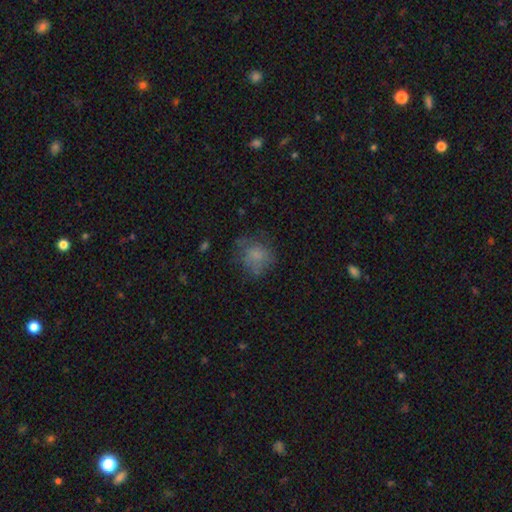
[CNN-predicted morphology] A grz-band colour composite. It shows a smooth galaxy with no disk features (66%) that is round (72%). Merging: none (54%).